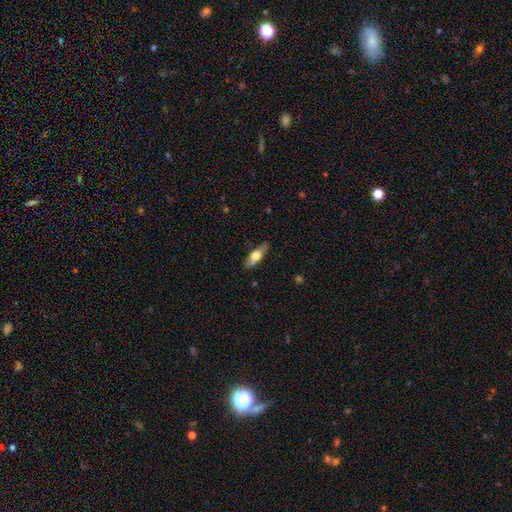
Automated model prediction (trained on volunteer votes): Smooth or featured? Predicted: smooth (p=0.50). How rounded? Predicted: in between (p=0.55). Merging? Predicted: none (p=0.81).